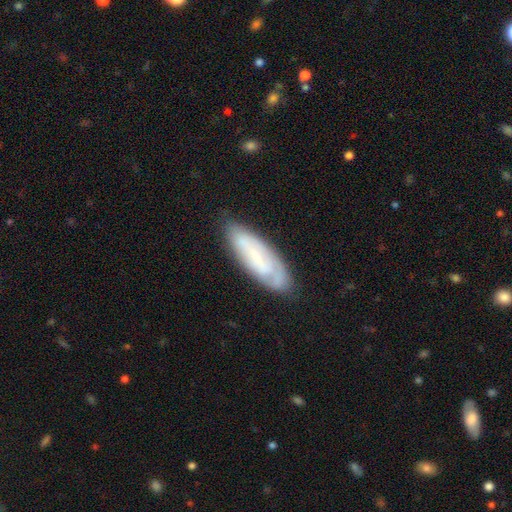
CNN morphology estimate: A featured or disk galaxy (51%).

Vote fractions:
- Smooth or featured? featured or disk: 51% / smooth: 41% / star or artifact: 7%
- Edge-on disk? no: 82% / yes: 18%
- Merging? none: 74% / minor disturbance: 19% / major disturbance: 5% / merger: 2%